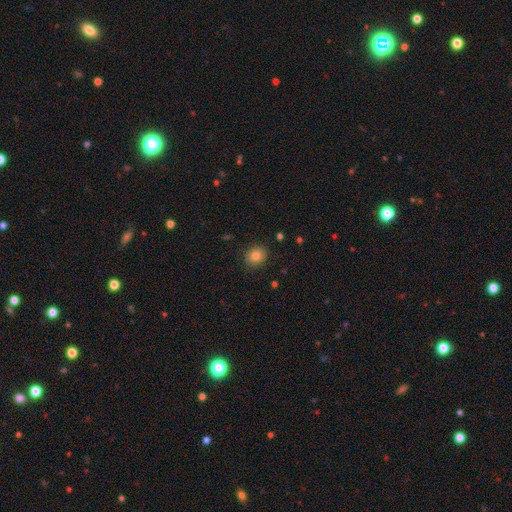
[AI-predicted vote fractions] A smooth galaxy with no disk features (82%) that is round (79%). Merging: none (87%).